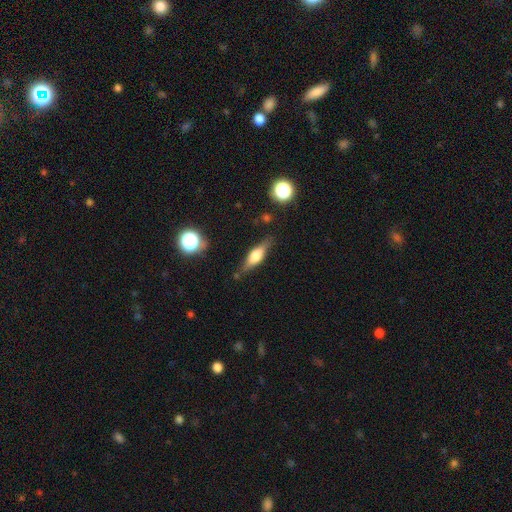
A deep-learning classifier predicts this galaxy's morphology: Overall: featured or disk (50%; smooth 42%). Edge-on disk: yes (91%). Merging: none (80%).